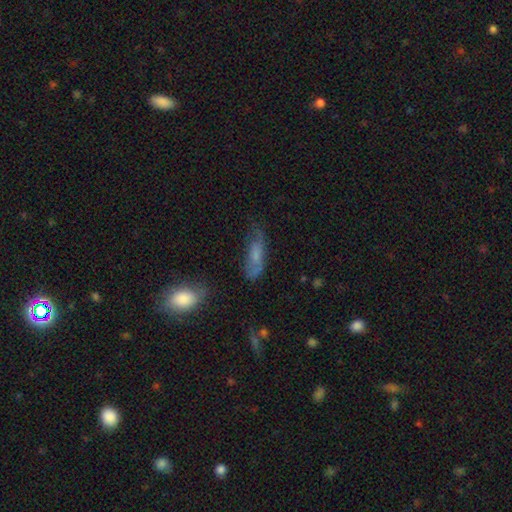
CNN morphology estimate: Smooth or featured? Predicted: smooth (p=0.57). How rounded? Predicted: in between (p=0.57). Merging? Predicted: none (p=0.50).